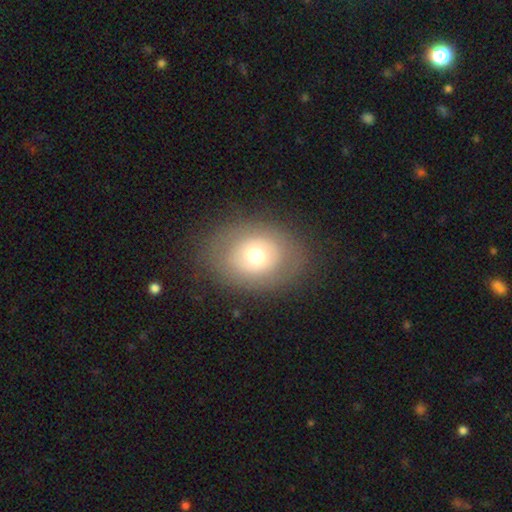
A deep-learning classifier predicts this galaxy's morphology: A smooth galaxy with no disk features (59%) that is in between round and cigar-shaped (60%).

Vote fractions:
- Smooth or featured? smooth: 59% / featured or disk: 31% / star or artifact: 9%
- How rounded? in between: 60% / round: 40% / cigar-shaped: 1%
- Merging? none: 82% / minor disturbance: 11% / major disturbance: 6% / merger: 1%